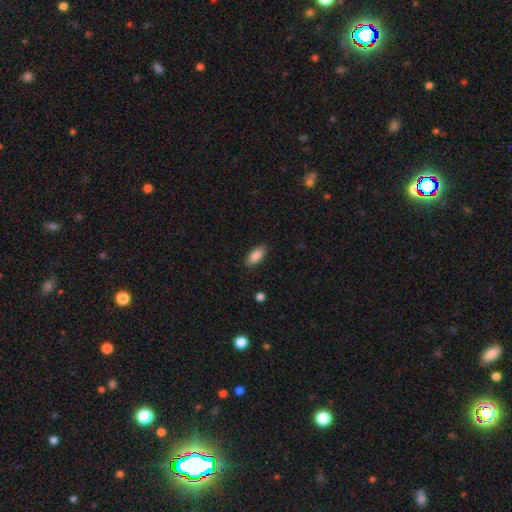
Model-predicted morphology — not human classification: Smooth or featured?
  - smooth: 87% *
  - star or artifact: 7%
  - featured or disk: 6%
How rounded?
  - in between: 88% *
  - cigar-shaped: 10%
  - round: 2%
Merging?
  - none: 87% *
  - minor disturbance: 9%
  - major disturbance: 2%
  - merger: 1%